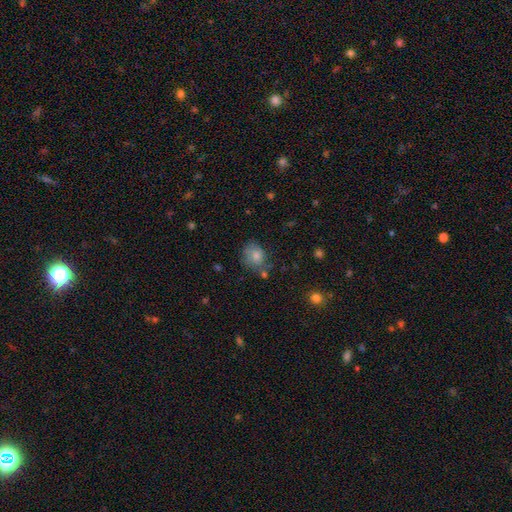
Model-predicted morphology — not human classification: This is likely a smooth galaxy (78%). How rounded: possibly round (59%). Merging: possibly none (57%).